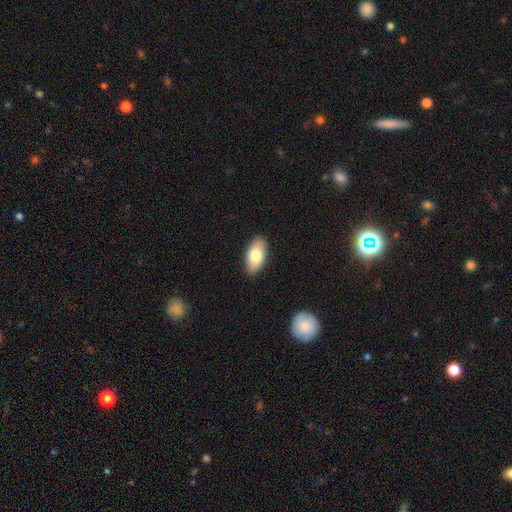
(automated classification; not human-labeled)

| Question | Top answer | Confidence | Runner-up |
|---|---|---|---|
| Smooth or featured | smooth | 79% | featured or disk (15%) |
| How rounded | in between | 94% | cigar-shaped (3%) |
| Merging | none | 89% | minor disturbance (9%) |